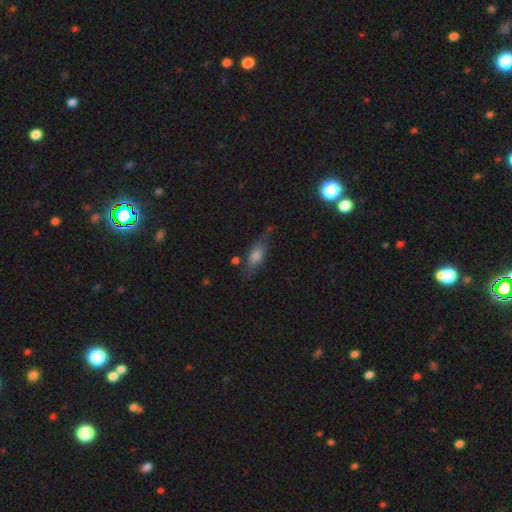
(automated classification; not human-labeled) A smooth galaxy with no disk features (60%) that is in between round and cigar-shaped (62%).

Vote fractions:
- Smooth or featured? smooth: 60% / featured or disk: 28% / star or artifact: 11%
- How rounded? in between: 62% / cigar-shaped: 33% / round: 5%
- Merging? none: 68% / minor disturbance: 20% / major disturbance: 7% / merger: 5%